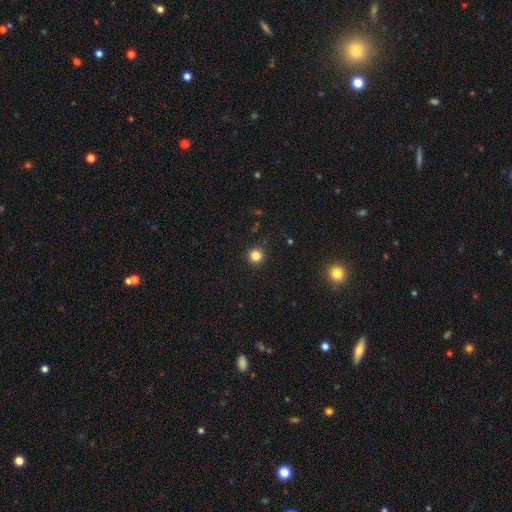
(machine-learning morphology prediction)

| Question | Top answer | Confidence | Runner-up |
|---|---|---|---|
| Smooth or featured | smooth | 83% | star or artifact (13%) |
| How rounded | round | 95% | in between (4%) |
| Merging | none | 92% | minor disturbance (5%) |